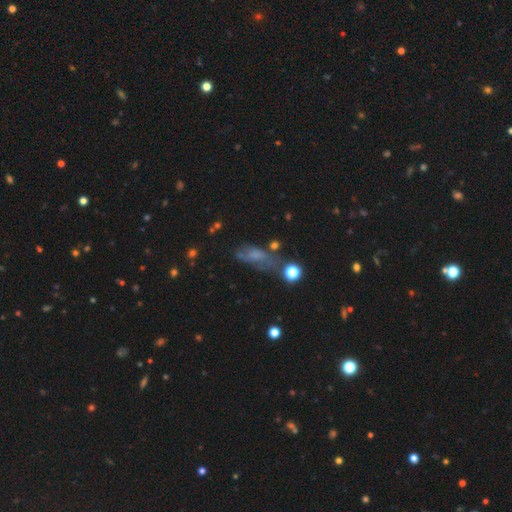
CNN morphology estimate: The model was most divided on "merging": none: 40%, minor disturbance: 27%, major disturbance: 25%, merger: 9%. Remaining: smooth or featured — smooth (49%).